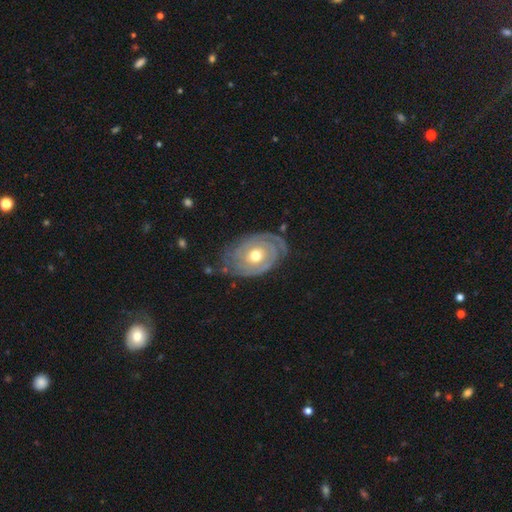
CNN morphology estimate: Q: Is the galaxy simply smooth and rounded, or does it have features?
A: featured or disk — 83%.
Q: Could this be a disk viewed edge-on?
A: no — 96%.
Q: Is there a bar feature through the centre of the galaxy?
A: no — 82%.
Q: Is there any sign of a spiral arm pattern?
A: yes — 89%.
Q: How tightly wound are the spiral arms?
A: tight — 80%.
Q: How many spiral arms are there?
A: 2 — 43%.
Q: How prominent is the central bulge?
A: moderate — 75%.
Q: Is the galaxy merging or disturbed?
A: none — 72%.